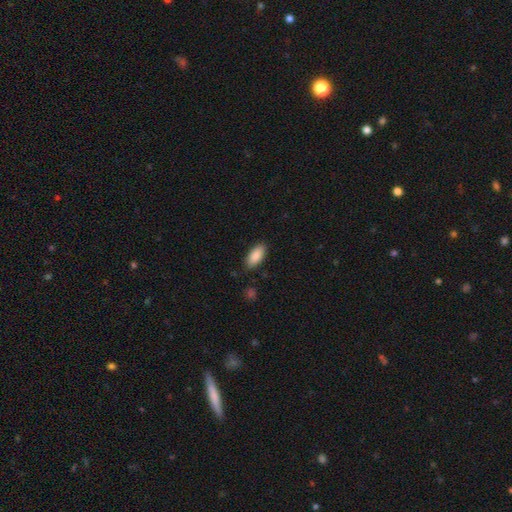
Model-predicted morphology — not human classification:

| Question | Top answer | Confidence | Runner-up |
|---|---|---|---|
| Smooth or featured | smooth | 89% | star or artifact (6%) |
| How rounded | in between | 88% | cigar-shaped (10%) |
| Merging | none | 86% | minor disturbance (10%) |